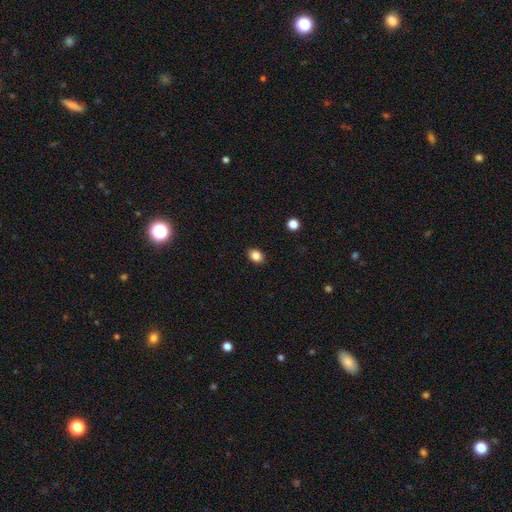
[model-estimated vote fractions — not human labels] Q: Smooth or featured?
A: smooth (85%); runner-up: star or artifact (10%)
Q: How rounded?
A: in between (61%); runner-up: round (38%)
Q: Merging?
A: none (90%); runner-up: minor disturbance (7%)